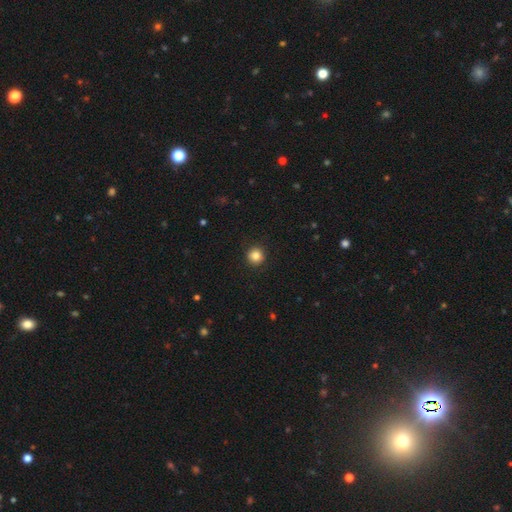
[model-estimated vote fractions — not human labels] Overall: smooth (84%). How rounded: round (95%). Merging: none (92%).